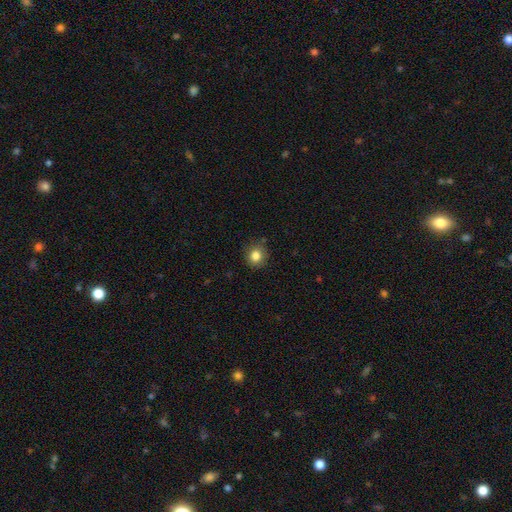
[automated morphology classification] Overall: smooth (84%). How rounded: round (83%). Merging: none (85%).